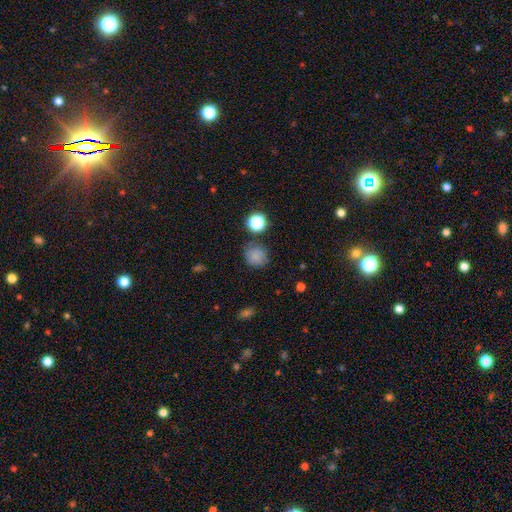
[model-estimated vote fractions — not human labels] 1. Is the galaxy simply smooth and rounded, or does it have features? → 79% smooth, 14% star or artifact, 7% featured or disk.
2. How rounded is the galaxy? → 80% round, 19% in between, 1% cigar-shaped.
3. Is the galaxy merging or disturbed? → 76% none, 15% minor disturbance, 5% major disturbance, 4% merger.